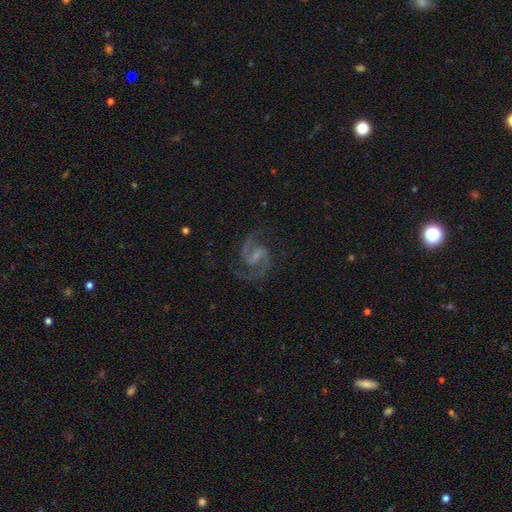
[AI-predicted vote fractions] smooth-or-featured: featured or disk: 92% | star or artifact: 5% | smooth: 3%
  disk-edge-on: no: 98% | yes: 2%
    bar: weak: 54% | strong: 31% | no: 15%
    has-spiral-arms: yes: 98% | no: 2%
      spiral-winding: medium: 67% | loose: 19% | tight: 14%
      spiral-arm-count: 2: 94% | can't tell: 2% | 3: 1% | 1: 1% | 4: 1% | more than 4: 1%
    bulge-size: small: 46% | none: 35% | moderate: 16% | large: 2% | dominant: 1%
  merging: none: 78% | minor disturbance: 13% | major disturbance: 7% | merger: 1%